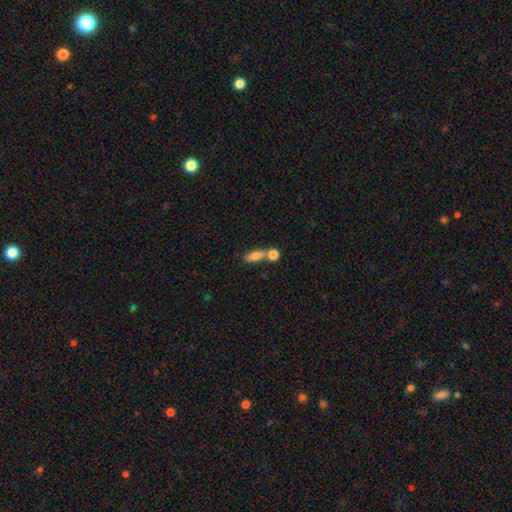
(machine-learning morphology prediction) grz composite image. It shows a smooth galaxy with no disk features (73%) that is in between round and cigar-shaped (59%). Merging: merger (43%).